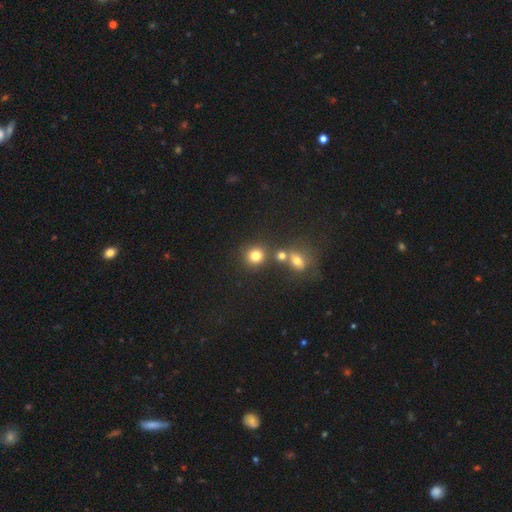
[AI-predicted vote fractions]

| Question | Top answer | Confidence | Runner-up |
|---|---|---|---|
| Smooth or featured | smooth | 78% | star or artifact (15%) |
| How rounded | round | 87% | in between (12%) |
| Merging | none | 70% | merger (18%) |